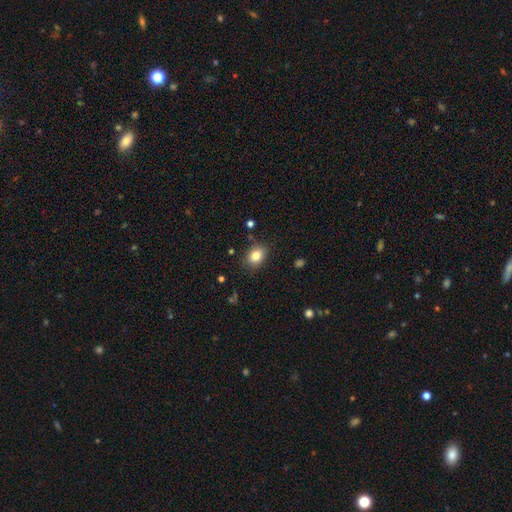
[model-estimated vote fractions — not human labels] smooth-or-featured: smooth: 82% | star or artifact: 10% | featured or disk: 8%
  how-rounded: in between: 63% | round: 36% | cigar-shaped: 1%
  merging: none: 83% | minor disturbance: 12% | major disturbance: 3% | merger: 2%